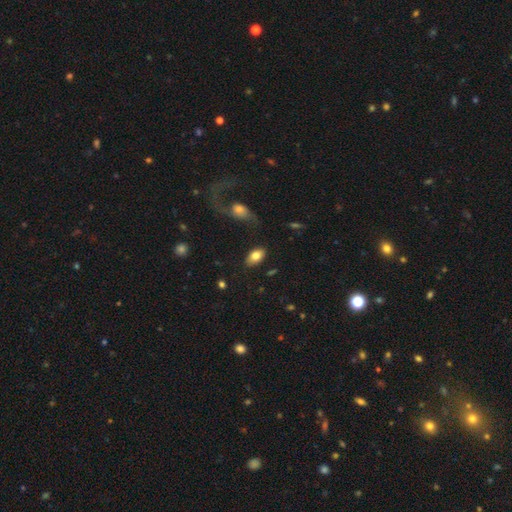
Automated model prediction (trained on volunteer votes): Smooth or featured?
  - smooth: 80% *
  - featured or disk: 13%
  - star or artifact: 7%
How rounded?
  - in between: 92% *
  - round: 6%
  - cigar-shaped: 2%
Merging?
  - none: 82% *
  - minor disturbance: 12%
  - major disturbance: 4%
  - merger: 3%